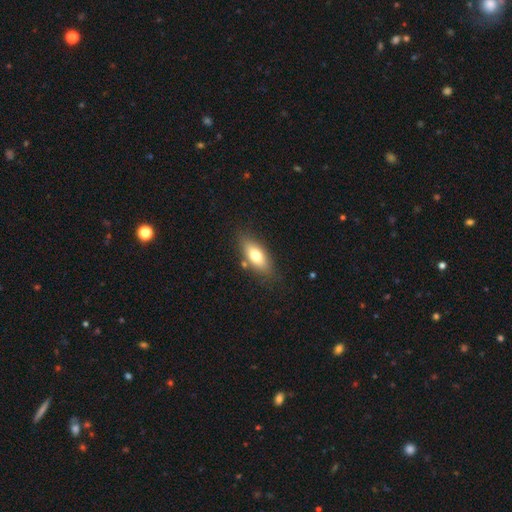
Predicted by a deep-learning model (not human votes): Q: Smooth or featured?
A: smooth (71%); runner-up: featured or disk (22%)
Q: How rounded?
A: in between (79%); runner-up: cigar-shaped (18%)
Q: Merging?
A: none (78%); runner-up: minor disturbance (13%)